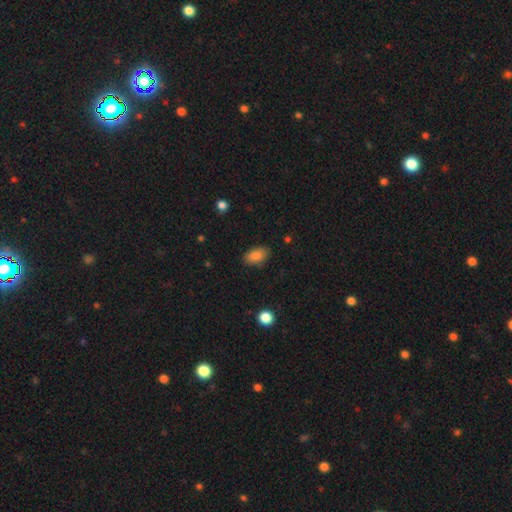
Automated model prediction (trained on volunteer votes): smooth-or-featured: smooth: 85% | star or artifact: 8% | featured or disk: 6%
  how-rounded: in between: 91% | round: 6% | cigar-shaped: 2%
  merging: none: 85% | minor disturbance: 11% | major disturbance: 3% | merger: 1%